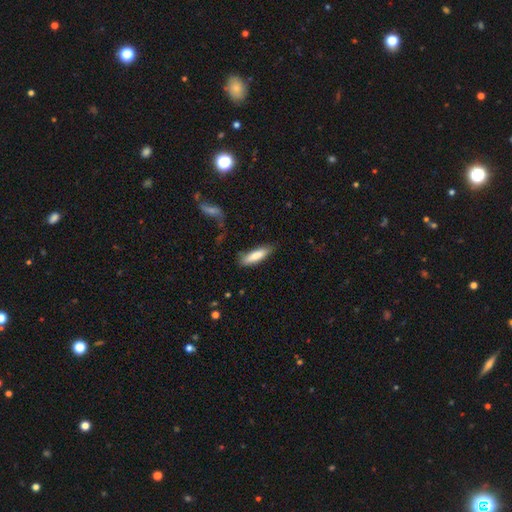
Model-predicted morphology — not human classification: type=smooth (80%); roundness=cigar-shaped (63%); merging=none (77%).